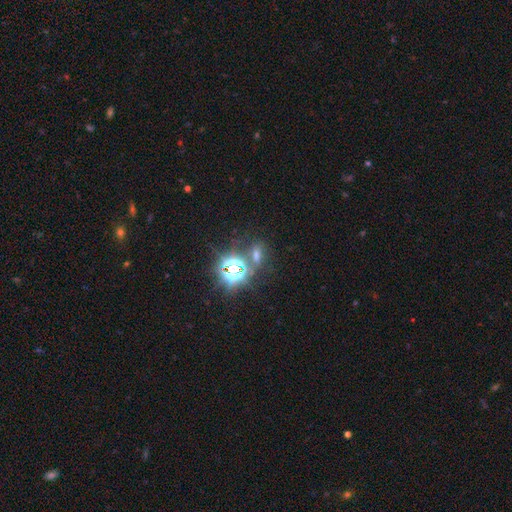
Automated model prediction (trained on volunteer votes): smooth-or-featured: star or artifact: 72% | smooth: 18% | featured or disk: 10%